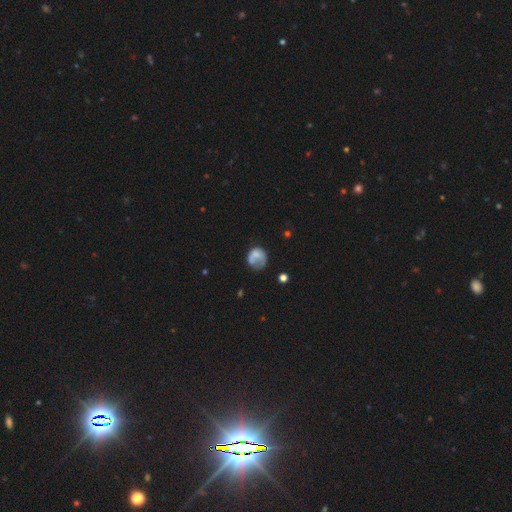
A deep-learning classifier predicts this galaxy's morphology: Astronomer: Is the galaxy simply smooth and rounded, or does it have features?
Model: smooth — 63%.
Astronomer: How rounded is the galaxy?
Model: round — 71%.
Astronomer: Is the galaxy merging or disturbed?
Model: none — 40% (runner-up: major disturbance, 29%).